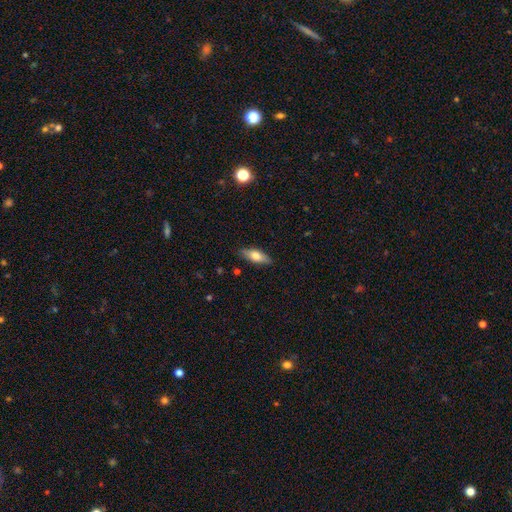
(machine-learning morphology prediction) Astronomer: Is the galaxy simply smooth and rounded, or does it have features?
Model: smooth — 65%.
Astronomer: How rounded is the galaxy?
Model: in between — 63%.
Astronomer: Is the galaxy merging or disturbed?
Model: none — 86%.